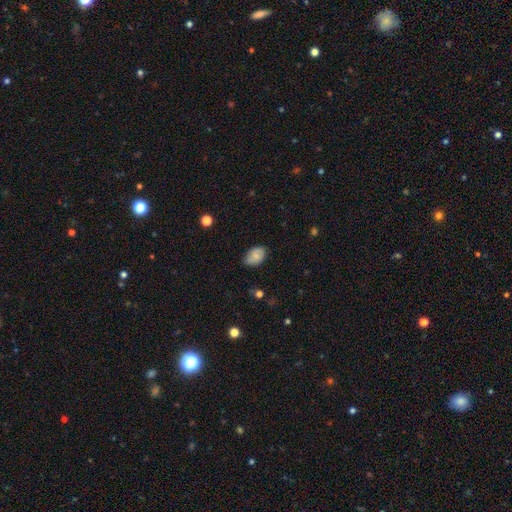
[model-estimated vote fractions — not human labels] Smooth or featured?
  - smooth: 73% *
  - featured or disk: 18%
  - star or artifact: 8%
How rounded?
  - in between: 86% *
  - round: 13%
  - cigar-shaped: 1%
Merging?
  - none: 70% *
  - minor disturbance: 24%
  - major disturbance: 4%
  - merger: 2%